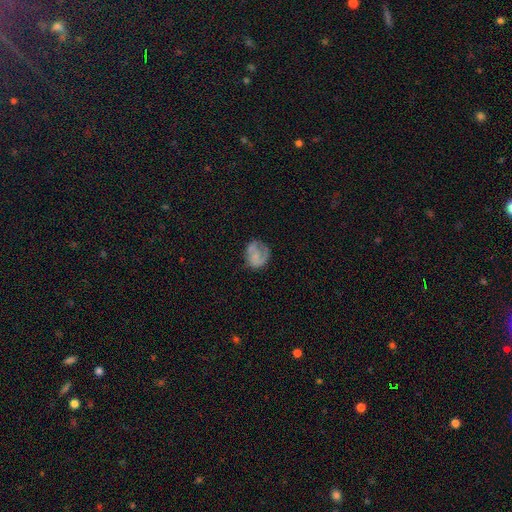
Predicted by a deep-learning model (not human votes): Smooth or featured: smooth — 49% (featured or disk — 42%)
Merging: none — 53% (minor disturbance — 25%)